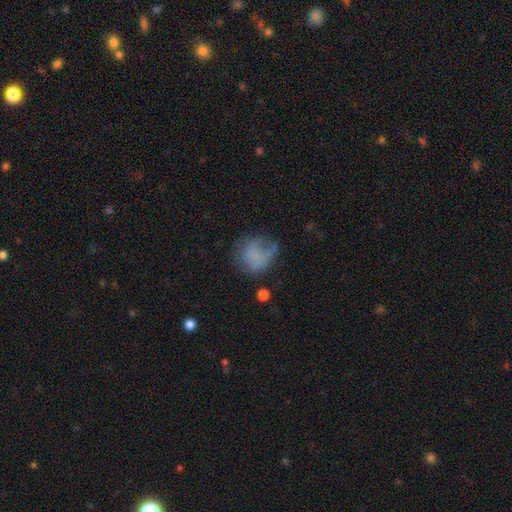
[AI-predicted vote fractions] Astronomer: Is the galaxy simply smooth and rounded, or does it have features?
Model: smooth — 61%.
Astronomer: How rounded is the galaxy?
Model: round — 69%.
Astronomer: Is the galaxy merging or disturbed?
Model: none — 42% (runner-up: minor disturbance, 27%).